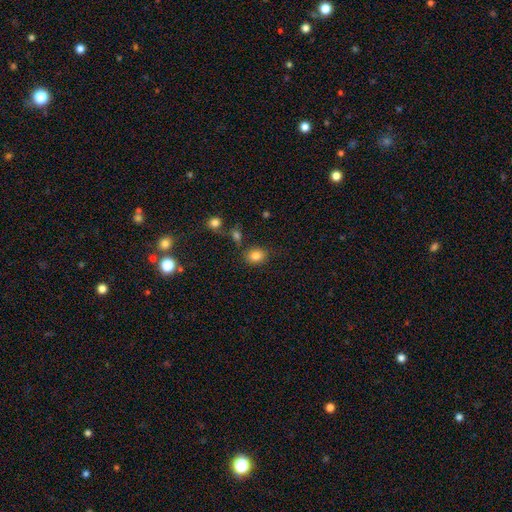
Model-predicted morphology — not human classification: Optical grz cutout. It shows a smooth galaxy with no disk features (83%) that is round (53%). Merging: none (78%).